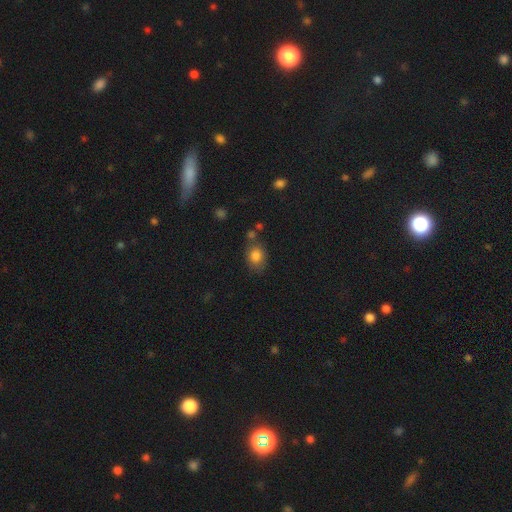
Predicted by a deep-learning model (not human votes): Smooth or featured?
  - smooth: 82% *
  - star or artifact: 10%
  - featured or disk: 9%
How rounded?
  - in between: 58% *
  - round: 41%
  - cigar-shaped: 1%
Merging?
  - none: 65% *
  - minor disturbance: 20%
  - merger: 9%
  - major disturbance: 6%